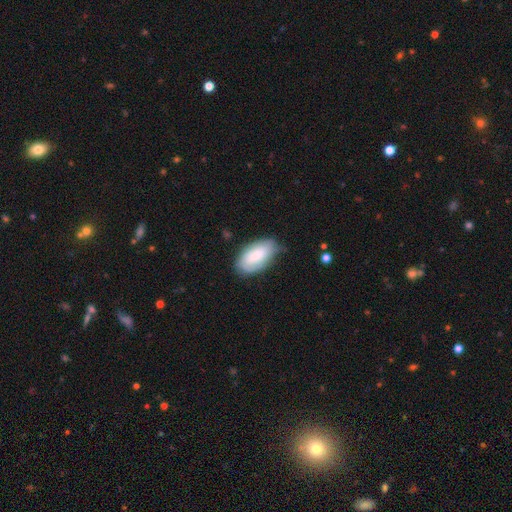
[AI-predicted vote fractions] The model was most divided on "merging": none: 67%, minor disturbance: 26%, major disturbance: 6%, merger: 2%. More confident: how rounded — in between (94%); smooth or featured — smooth (71%).